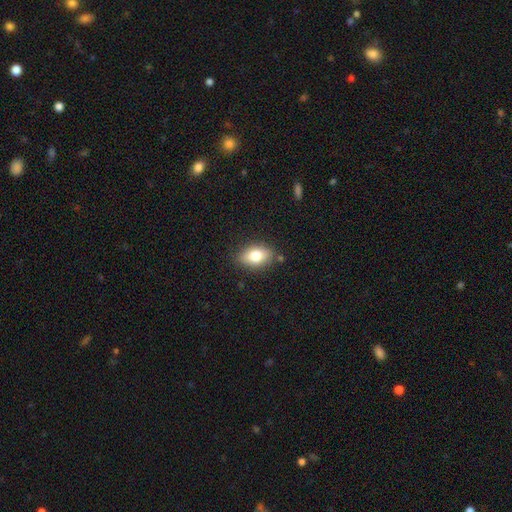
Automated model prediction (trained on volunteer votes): smooth 76%, featured or disk 16%, star or artifact 8%. Down the decision tree: how rounded — in between (85%); merging — none (83%).